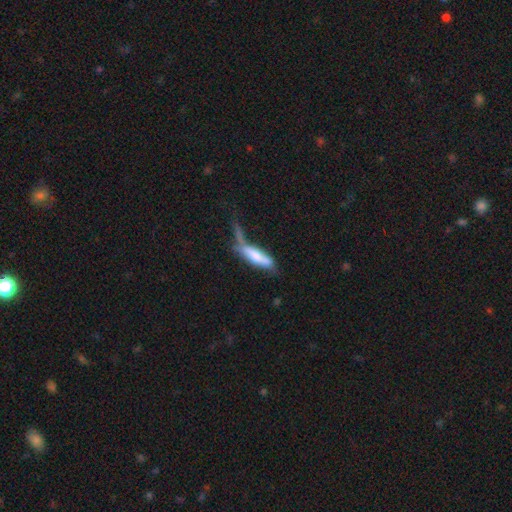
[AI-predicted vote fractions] smooth_or_featured: smooth (p=0.57) [alt: featured or disk p=0.36]
how_rounded: cigar-shaped (p=0.66) [alt: in between p=0.32]
merging: none (p=0.31) [alt: minor disturbance p=0.25]